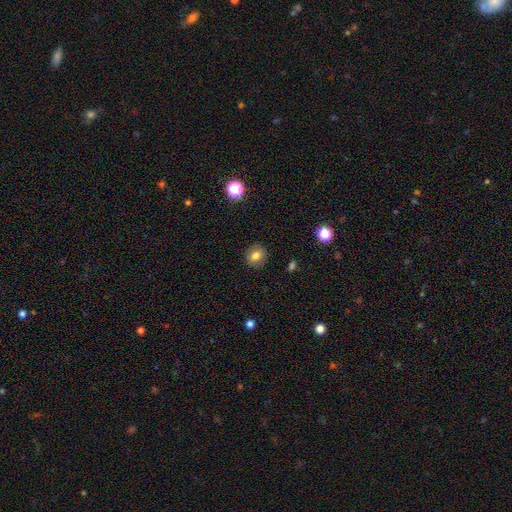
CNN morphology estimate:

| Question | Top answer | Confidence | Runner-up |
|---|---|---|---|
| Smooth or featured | smooth | 75% | featured or disk (14%) |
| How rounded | round | 81% | in between (18%) |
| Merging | none | 88% | minor disturbance (8%) |